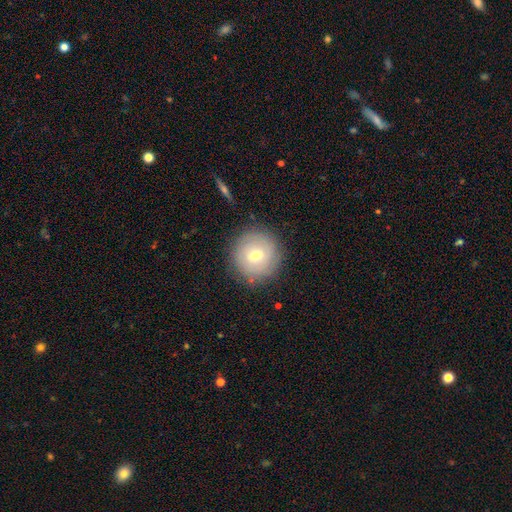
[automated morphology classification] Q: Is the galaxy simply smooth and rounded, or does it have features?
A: smooth — 62%.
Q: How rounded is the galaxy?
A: round — 94%.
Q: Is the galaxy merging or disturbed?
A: none — 86%.